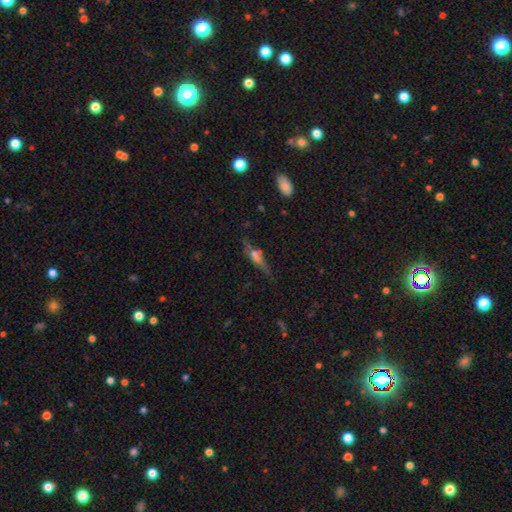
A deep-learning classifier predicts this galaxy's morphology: Q: Smooth or featured?
A: featured or disk (47%); runner-up: smooth (38%)
Q: Merging?
A: none (69%); runner-up: minor disturbance (19%)